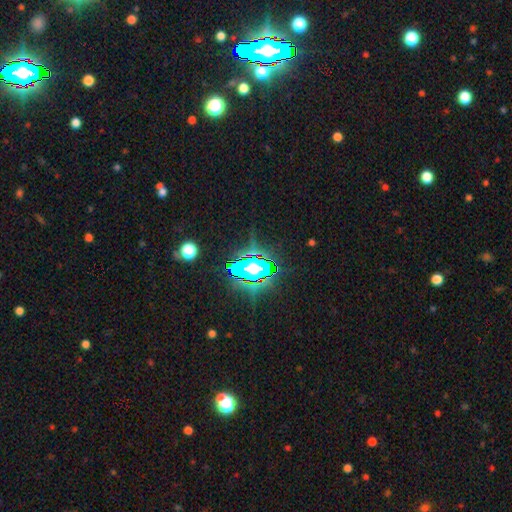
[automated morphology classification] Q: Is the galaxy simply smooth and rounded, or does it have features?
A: star or artifact — 82%.